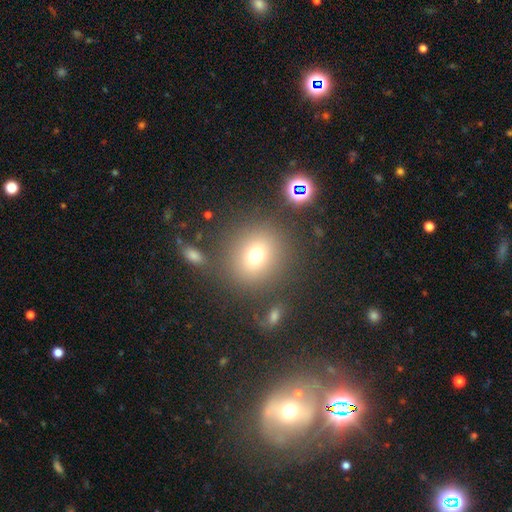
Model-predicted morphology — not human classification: This appears to be a smooth galaxy with no disk features (71%) that is round (81%). Merging: none (80%).